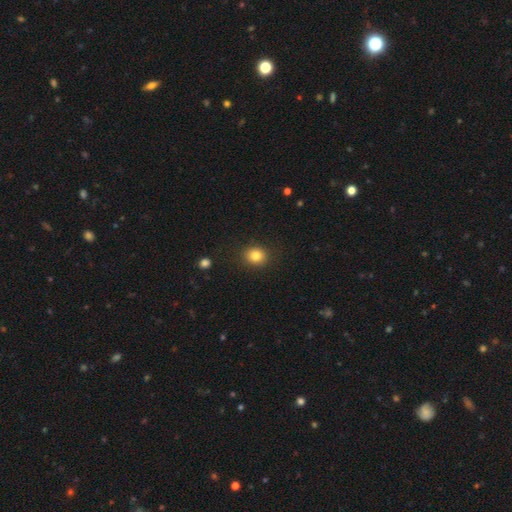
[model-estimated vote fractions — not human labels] Smooth or featured? Predicted: smooth (p=0.83). How rounded? Predicted: round (p=0.75). Merging? Predicted: none (p=0.88).